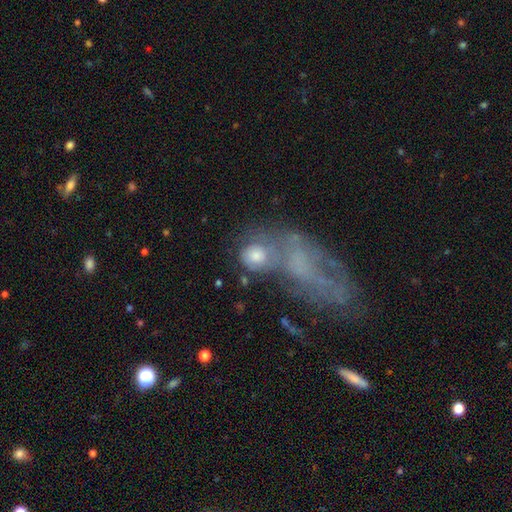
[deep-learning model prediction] Q: Smooth or featured?
A: smooth (63%); runner-up: featured or disk (26%)
Q: How rounded?
A: round (61%); runner-up: in between (37%)
Q: Merging?
A: merger (45%); runner-up: none (25%)